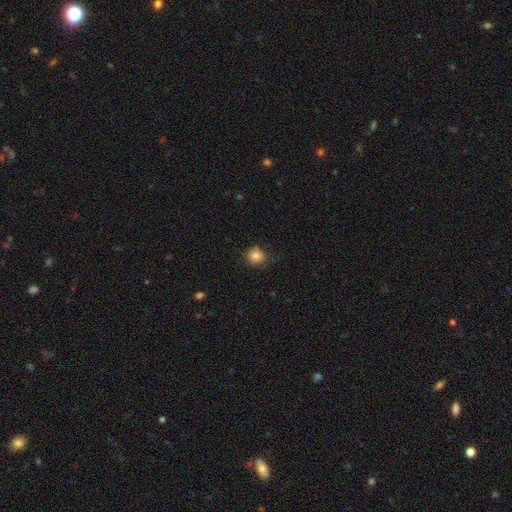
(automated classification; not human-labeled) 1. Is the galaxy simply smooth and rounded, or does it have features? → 83% smooth, 10% star or artifact, 6% featured or disk.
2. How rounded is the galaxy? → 85% round, 14% in between, 1% cigar-shaped.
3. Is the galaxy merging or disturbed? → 73% none, 20% minor disturbance, 5% major disturbance, 2% merger.